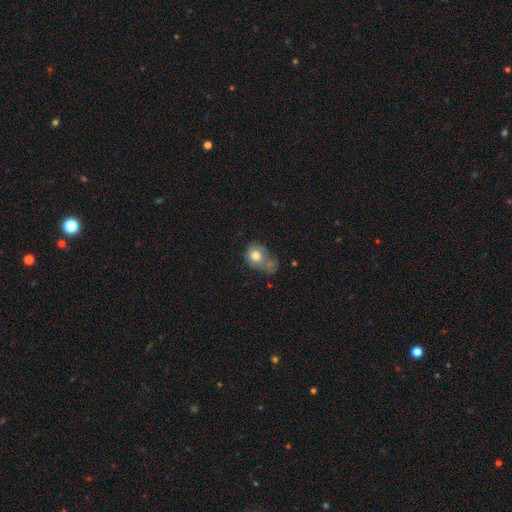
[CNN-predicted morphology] The model was most divided on "merging": minor disturbance: 28%, none: 27%, major disturbance: 25%, merger: 20%. More confident: smooth or featured — smooth (74%); how rounded — in between (56%).